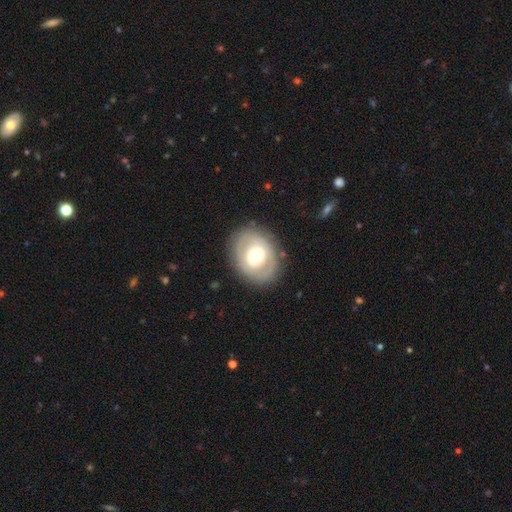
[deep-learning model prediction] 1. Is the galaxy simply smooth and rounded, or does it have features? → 51% featured or disk, 42% smooth, 7% star or artifact.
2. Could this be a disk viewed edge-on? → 94% no, 6% yes.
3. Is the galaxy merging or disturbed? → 81% none, 12% minor disturbance, 6% major disturbance, 1% merger.